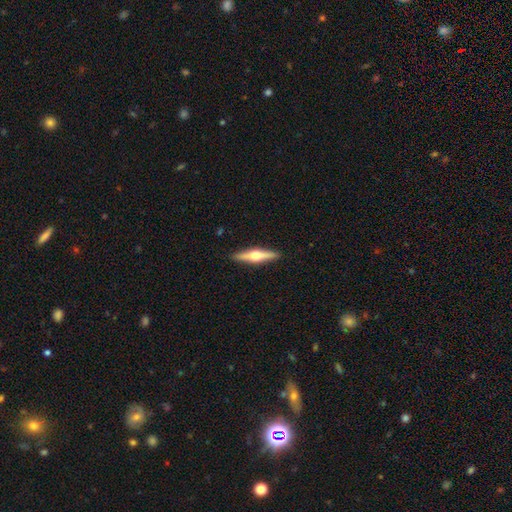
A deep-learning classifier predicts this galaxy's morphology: A featured or disk galaxy (69%) viewed edge-on (97%) with a rounded central bulge (95%).

Vote fractions:
- Smooth or featured? featured or disk: 69% / smooth: 26% / star or artifact: 5%
- Edge-on disk? yes: 97% / no: 3%
- Edge-on bulge? rounded: 95% / boxy: 3% / none: 2%
- Merging? none: 91% / minor disturbance: 6% / major disturbance: 1% / merger: 1%